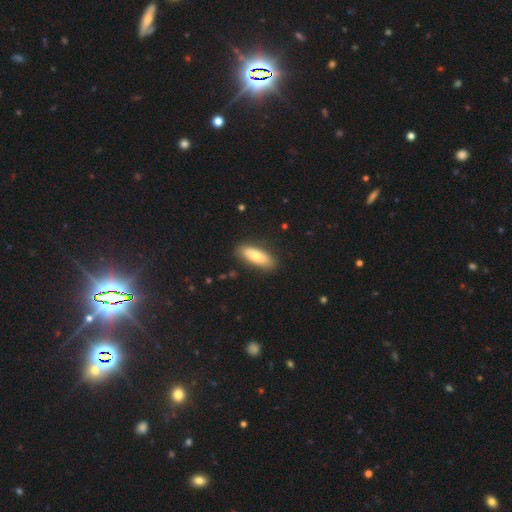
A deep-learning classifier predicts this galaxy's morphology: smooth-or-featured: smooth: 73% | featured or disk: 22% | star or artifact: 6%
  how-rounded: in between: 75% | cigar-shaped: 23% | round: 2%
  merging: none: 84% | minor disturbance: 12% | major disturbance: 3% | merger: 1%